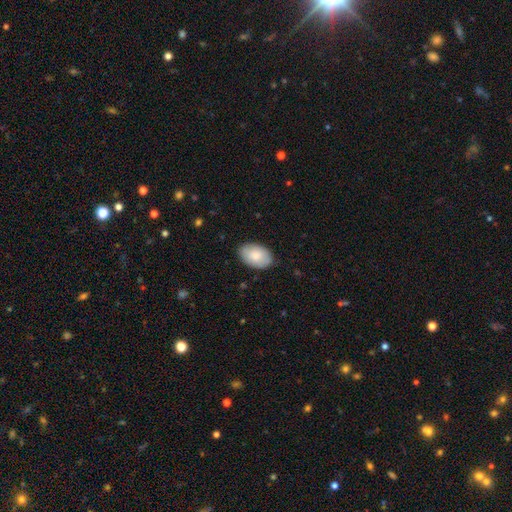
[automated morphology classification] The model was most divided on "smooth or featured": smooth: 82%, featured or disk: 12%, star or artifact: 6%. More confident: how rounded — in between (90%); merging — none (85%).